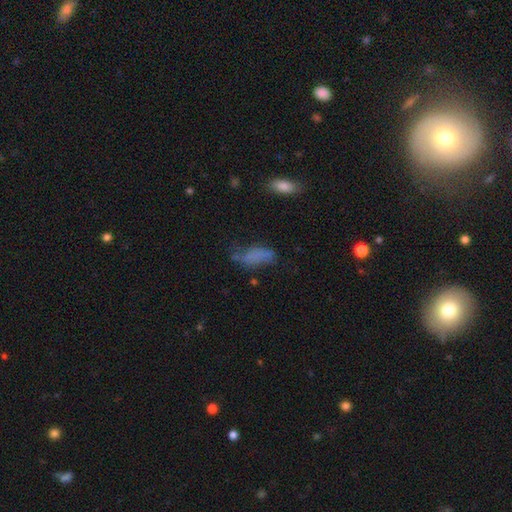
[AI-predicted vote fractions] Smooth or featured? Predicted: smooth (p=0.64). How rounded? Predicted: in between (p=0.76). Merging? Predicted: none (p=0.42).